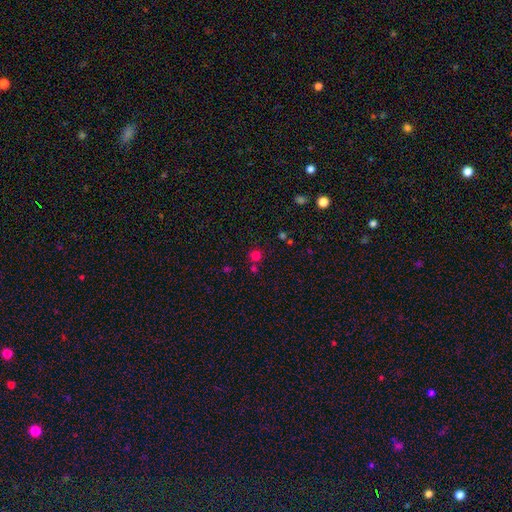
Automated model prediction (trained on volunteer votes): A smooth galaxy with no disk features (71%) that is round (92%).

Vote fractions:
- Smooth or featured? smooth: 71% / star or artifact: 24% / featured or disk: 6%
- How rounded? round: 92% / in between: 7% / cigar-shaped: 1%
- Merging? none: 72% / merger: 17% / minor disturbance: 8% / major disturbance: 3%